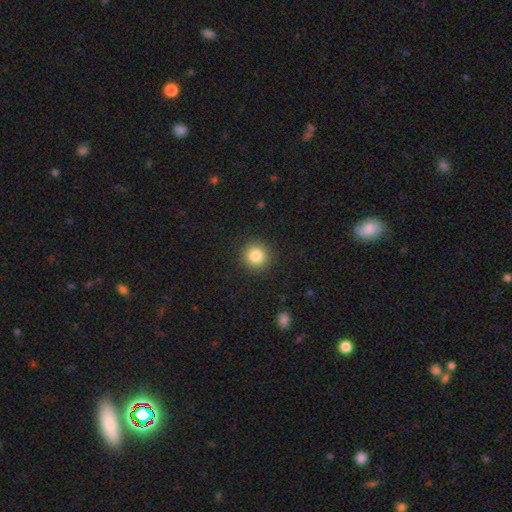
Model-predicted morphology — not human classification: Smooth or featured?
  - smooth: 83% *
  - star or artifact: 11%
  - featured or disk: 6%
How rounded?
  - round: 94% *
  - in between: 5%
  - cigar-shaped: 1%
Merging?
  - none: 91% *
  - minor disturbance: 6%
  - major disturbance: 2%
  - merger: 1%